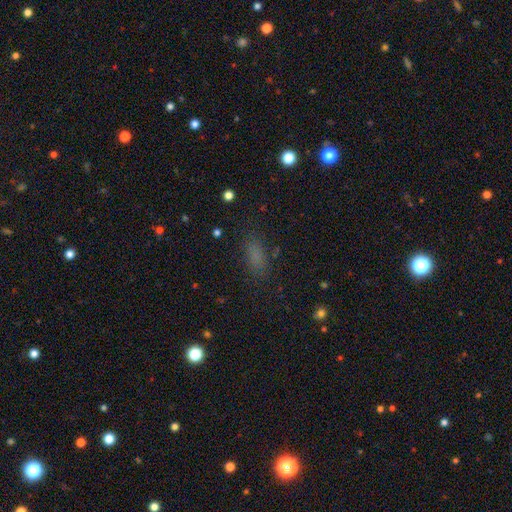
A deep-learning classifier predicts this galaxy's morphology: The model was most divided on "how rounded": in between: 71%, cigar-shaped: 23%, round: 6%. More confident: merging — none (80%); smooth or featured — smooth (75%).